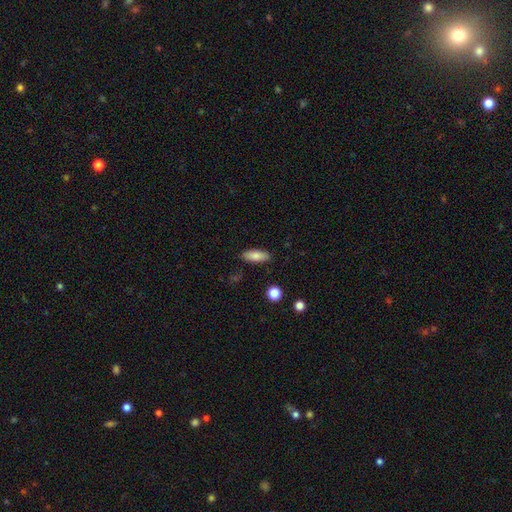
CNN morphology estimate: This is clearly a smooth galaxy (83%). How rounded: likely in between (72%). Merging: clearly none (86%).